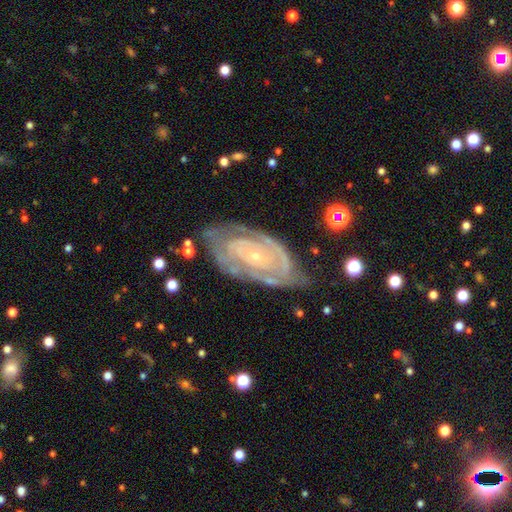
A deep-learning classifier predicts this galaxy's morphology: A featured or disk galaxy (86%) with no bar (74%), tight (76%) spiral arms (91%) and a small central bulge (86%).

Vote fractions:
- Smooth or featured? featured or disk: 86% / smooth: 8% / star or artifact: 6%
- Edge-on disk? no: 95% / yes: 5%
- Bar? no: 74% / weak: 18% / strong: 8%
- Spiral arms? yes: 91% / no: 9%
- Spiral winding? tight: 76% / medium: 19% / loose: 5%
- Spiral arm count? can't tell: 36% / 2: 33% / 3: 13% / 4: 7% / 1: 5% / more than 4: 5%
- Bulge size? small: 86% / moderate: 11% / none: 2% / large: 1% / dominant: 1%
- Merging? none: 68% / minor disturbance: 22% / major disturbance: 9% / merger: 2%